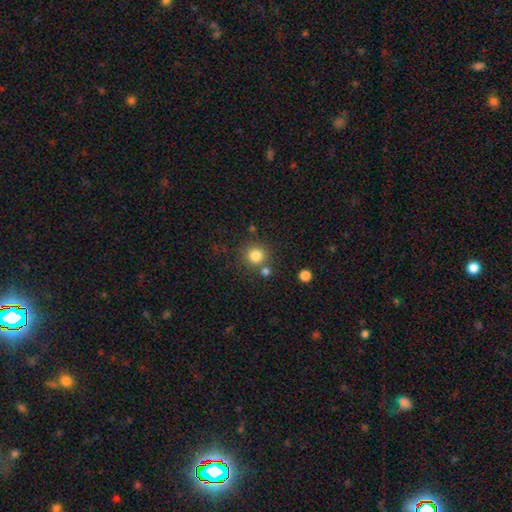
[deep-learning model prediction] smooth-or-featured: smooth: 82% | star or artifact: 12% | featured or disk: 6%
  how-rounded: round: 93% | in between: 6% | cigar-shaped: 1%
  merging: none: 76% | merger: 12% | minor disturbance: 9% | major disturbance: 3%